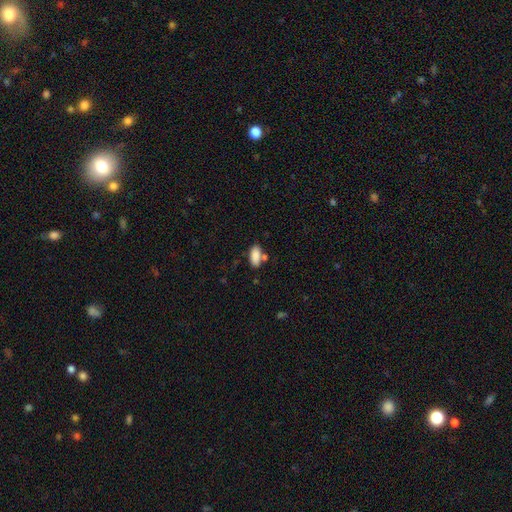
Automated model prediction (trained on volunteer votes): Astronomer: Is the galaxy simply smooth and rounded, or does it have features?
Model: smooth — 87%.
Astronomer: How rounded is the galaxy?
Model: in between — 90%.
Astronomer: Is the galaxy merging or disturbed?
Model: none — 67%.